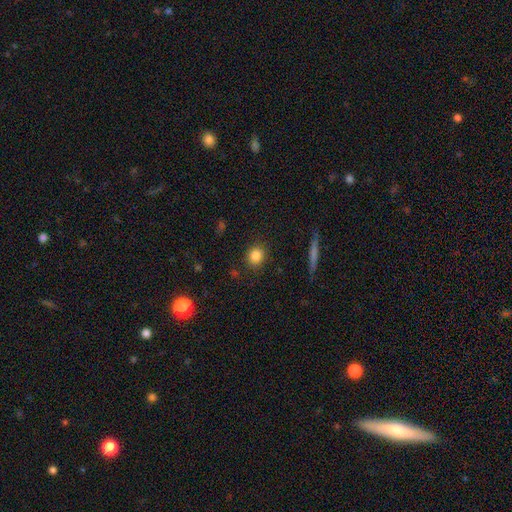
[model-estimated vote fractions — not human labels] Smooth or featured? smooth (84%)
How rounded? round (78%)
Merging? none (87%)